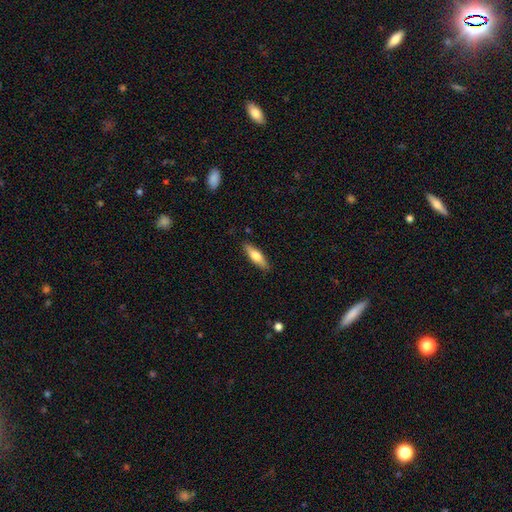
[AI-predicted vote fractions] smooth 65%, featured or disk 29%, star or artifact 6%. Down the decision tree: how rounded — cigar-shaped (59%); merging — none (87%).